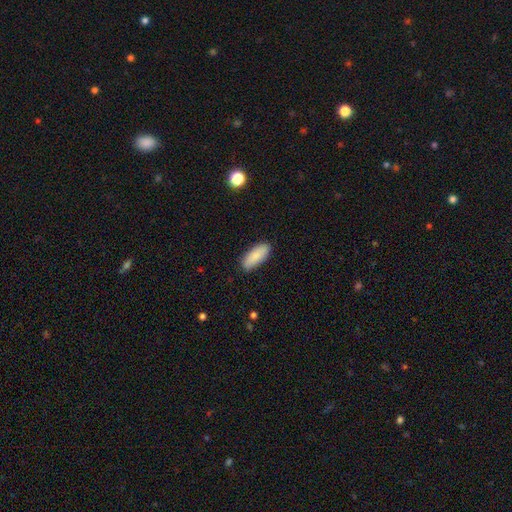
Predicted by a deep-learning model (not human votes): Smooth or featured? Predicted: smooth (p=0.87). How rounded? Predicted: in between (p=0.81). Merging? Predicted: none (p=0.85).